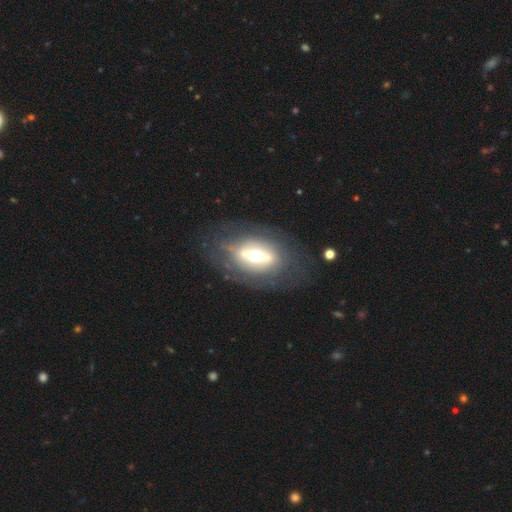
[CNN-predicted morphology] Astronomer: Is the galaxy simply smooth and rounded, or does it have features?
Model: featured or disk — 72%.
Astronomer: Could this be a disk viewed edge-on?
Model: no — 81%.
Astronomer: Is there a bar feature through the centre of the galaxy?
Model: strong — 52% (runner-up: weak, 27%).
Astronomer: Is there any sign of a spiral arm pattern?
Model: no — 59% (runner-up: yes, 41%).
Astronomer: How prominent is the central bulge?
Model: moderate — 61%.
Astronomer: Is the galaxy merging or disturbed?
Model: none — 68%.